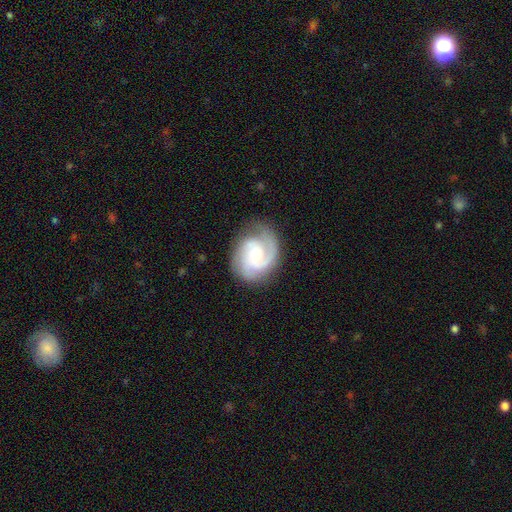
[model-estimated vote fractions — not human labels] Smooth or featured? Predicted: featured or disk (p=0.87). Edge-on disk? Predicted: no (p=0.98). Bar? Predicted: no (p=0.50). Spiral arms? Predicted: yes (p=0.98). Spiral winding? Predicted: medium (p=0.45, tied with tight). Spiral arm count? Predicted: 2 (p=0.40). Bulge size? Predicted: small (p=0.52). Merging? Predicted: none (p=0.78).